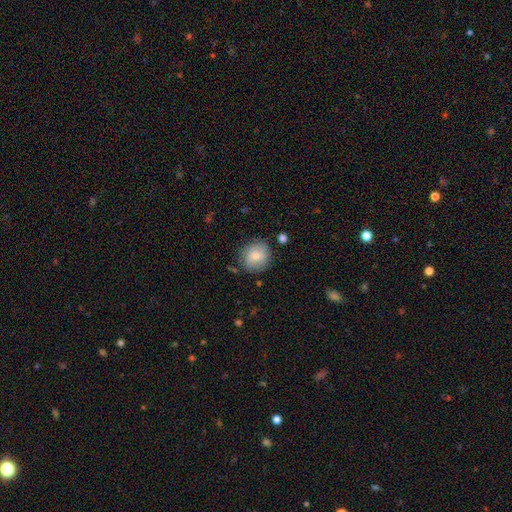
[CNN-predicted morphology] A smooth galaxy with no disk features (76%) that is round (85%). Merging: none (80%).